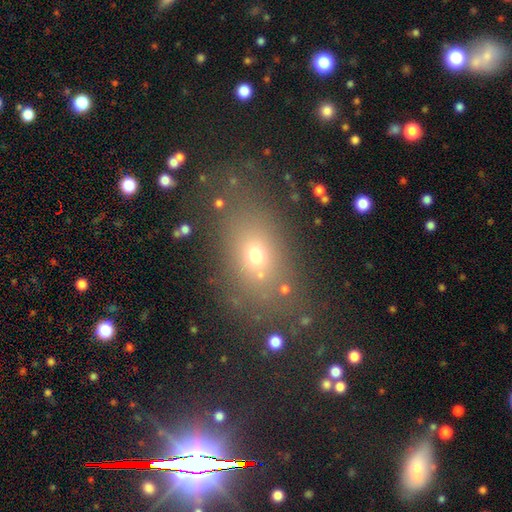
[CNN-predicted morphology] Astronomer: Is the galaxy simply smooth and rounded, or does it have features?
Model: smooth — 63%.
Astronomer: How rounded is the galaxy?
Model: in between — 67%.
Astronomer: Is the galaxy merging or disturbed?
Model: none — 76%.